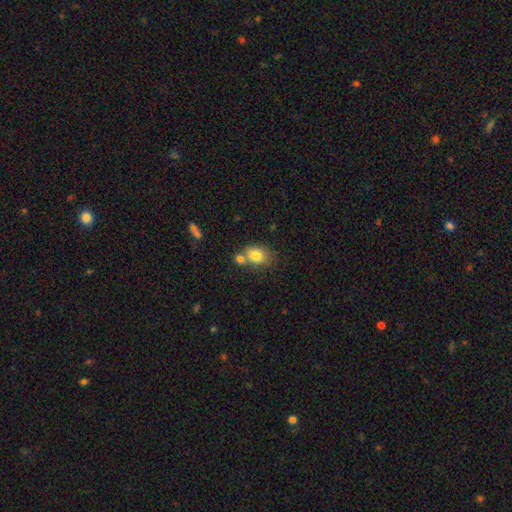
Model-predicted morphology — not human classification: smooth_or_featured: smooth (p=0.79) [alt: featured or disk p=0.11]
how_rounded: in between (p=0.60) [alt: round p=0.39]
merging: none (p=0.49) [alt: merger p=0.34]